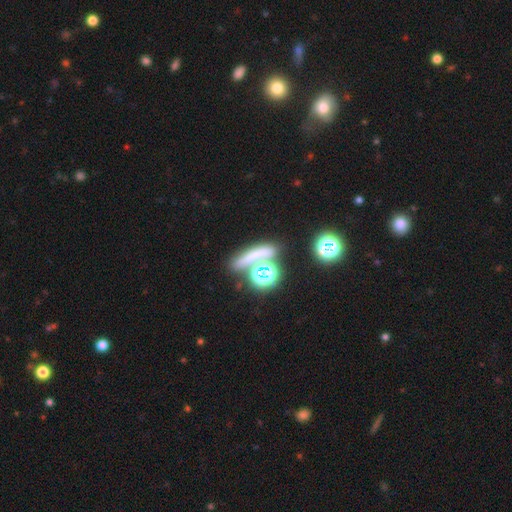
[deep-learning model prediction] Smooth or featured? smooth (51%)
How rounded? round (43%)
Merging? none (63%)